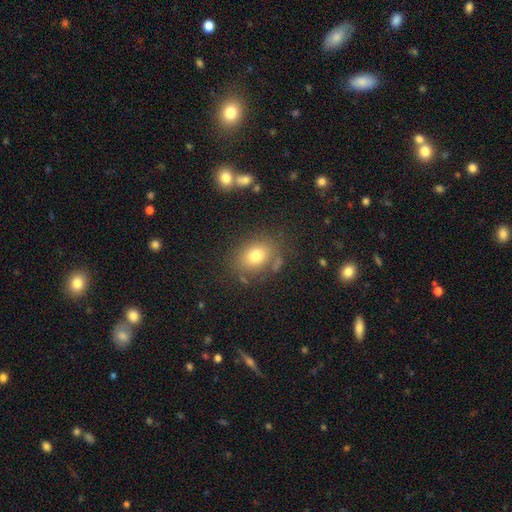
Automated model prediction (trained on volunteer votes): A smooth galaxy with no disk features (77%) that is in between round and cigar-shaped (62%).

Vote fractions:
- Smooth or featured? smooth: 77% / star or artifact: 12% / featured or disk: 11%
- How rounded? in between: 62% / round: 37% / cigar-shaped: 1%
- Merging? none: 76% / minor disturbance: 13% / merger: 6% / major disturbance: 5%